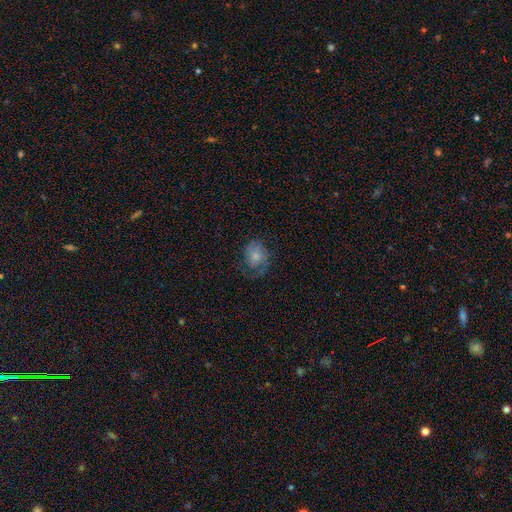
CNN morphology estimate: Smooth or featured? smooth (60%)
How rounded? in between (51%)
Merging? none (51%)